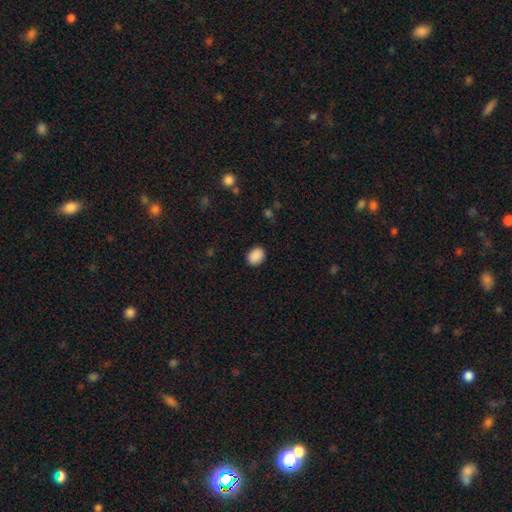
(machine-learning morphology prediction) Smooth or featured: smooth — 90% (star or artifact — 8%)
How rounded: in between — 57% (round — 42%)
Merging: none — 88% (minor disturbance — 9%)